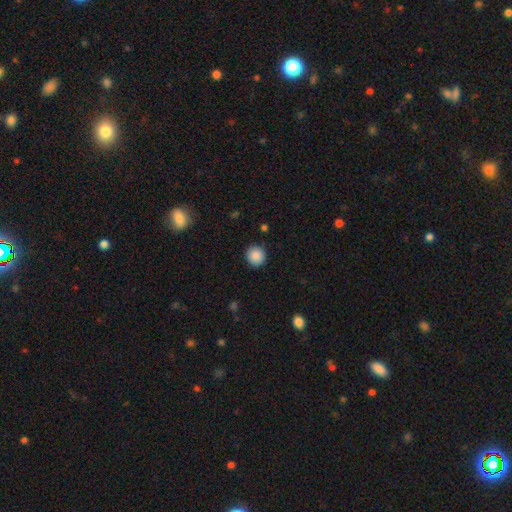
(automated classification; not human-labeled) smooth 88%, star or artifact 9%, featured or disk 3%. Down the decision tree: how rounded — round (93%); merging — none (90%).